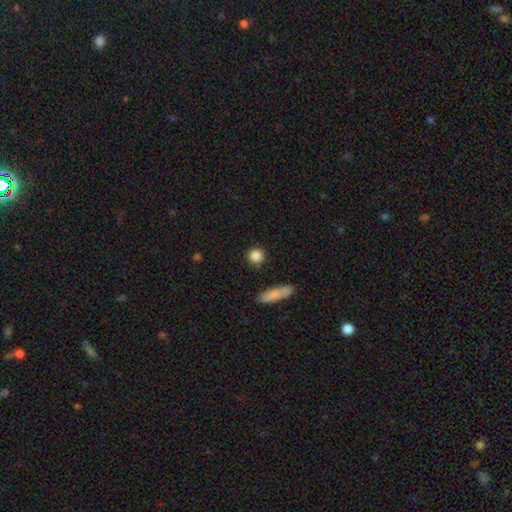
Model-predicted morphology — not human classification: This appears to be a smooth galaxy with no disk features (86%) that is round (89%). Merging: none (88%).